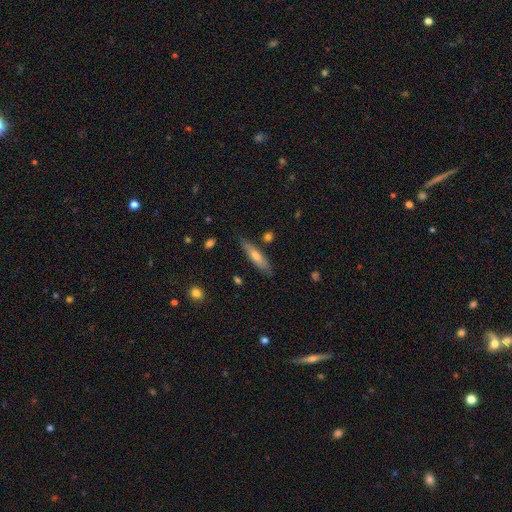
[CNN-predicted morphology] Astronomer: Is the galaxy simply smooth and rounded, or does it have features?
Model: smooth — 57% (runner-up: featured or disk, 36%).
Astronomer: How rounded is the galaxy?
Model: cigar-shaped — 75%.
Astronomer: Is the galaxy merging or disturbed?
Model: none — 82%.